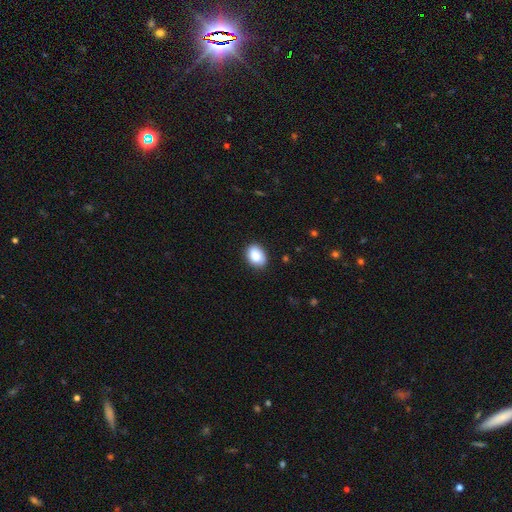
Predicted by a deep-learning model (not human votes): Smooth or featured? smooth (88%)
How rounded? in between (78%)
Merging? none (84%)